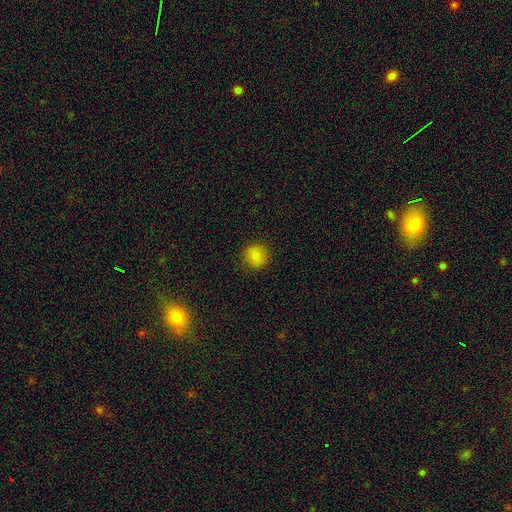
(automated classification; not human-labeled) Q: Smooth or featured?
A: smooth (84%); runner-up: star or artifact (11%)
Q: How rounded?
A: round (91%); runner-up: in between (8%)
Q: Merging?
A: none (86%); runner-up: minor disturbance (10%)